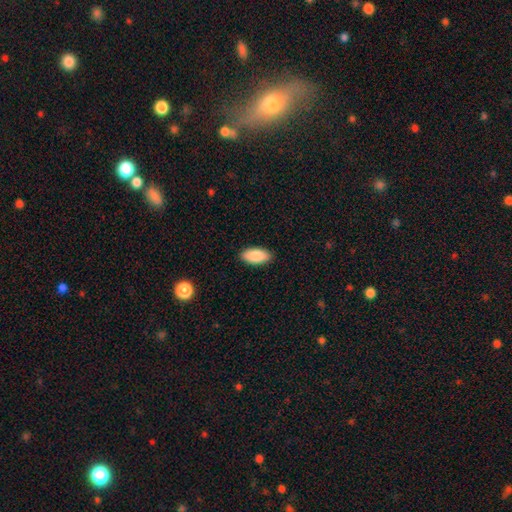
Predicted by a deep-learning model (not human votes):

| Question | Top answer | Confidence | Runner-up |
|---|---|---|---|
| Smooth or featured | smooth | 89% | star or artifact (6%) |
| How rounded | in between | 92% | cigar-shaped (6%) |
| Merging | none | 89% | minor disturbance (8%) |